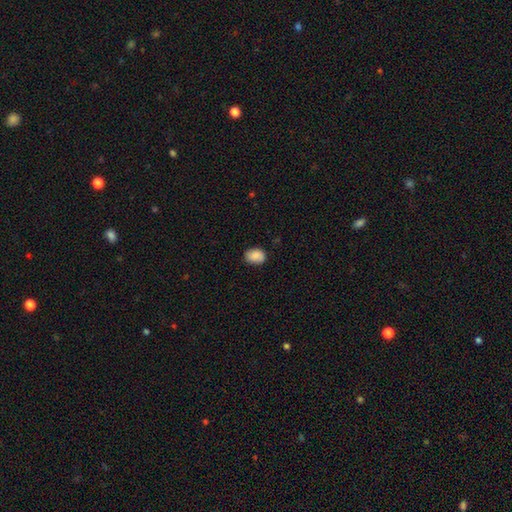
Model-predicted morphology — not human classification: A smooth galaxy with no disk features (86%) that is in between round and cigar-shaped (68%).

Vote fractions:
- Smooth or featured? smooth: 86% / star or artifact: 8% / featured or disk: 6%
- How rounded? in between: 68% / round: 31% / cigar-shaped: 1%
- Merging? none: 79% / minor disturbance: 16% / major disturbance: 3% / merger: 1%